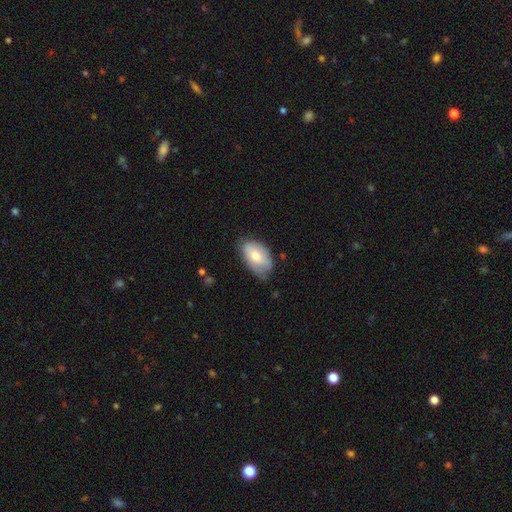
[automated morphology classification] smooth-or-featured: smooth: 69% | featured or disk: 25% | star or artifact: 6%
  how-rounded: in between: 93% | round: 6% | cigar-shaped: 1%
  merging: none: 59% | minor disturbance: 32% | major disturbance: 7% | merger: 2%